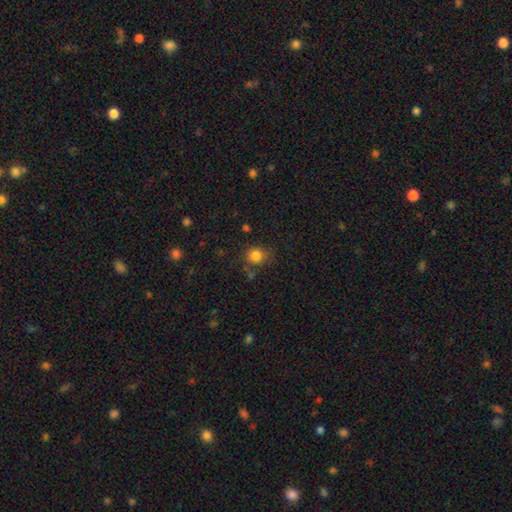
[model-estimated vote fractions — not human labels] smooth 83%, star or artifact 12%, featured or disk 5%. Down the decision tree: how rounded — round (82%); merging — none (71%).